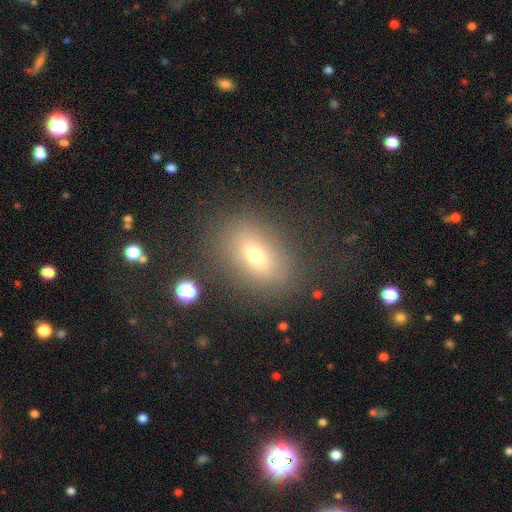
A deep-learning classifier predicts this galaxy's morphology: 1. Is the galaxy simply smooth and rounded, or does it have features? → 64% smooth, 21% featured or disk, 15% star or artifact.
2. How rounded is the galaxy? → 75% in between, 21% round, 4% cigar-shaped.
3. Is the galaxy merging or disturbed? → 79% none, 12% minor disturbance, 7% major disturbance, 3% merger.